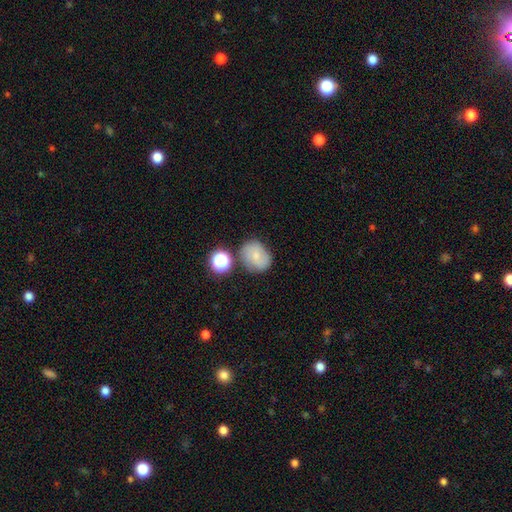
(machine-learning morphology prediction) This appears to be a smooth galaxy with no disk features (55%) that is round (62%). Merging: none (65%).